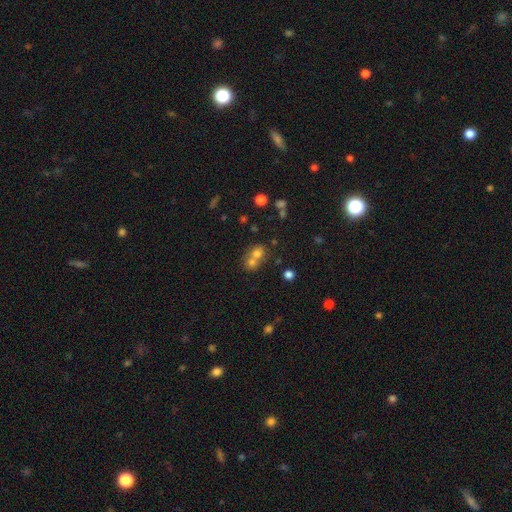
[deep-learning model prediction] Overall: smooth (69%). How rounded: round (71%). Merging: merger (63%; none 30%).